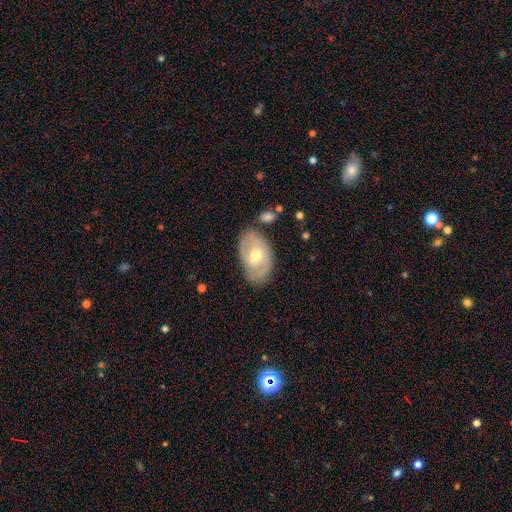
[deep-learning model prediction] This is likely a featured or disk galaxy (62%). It is clearly not viewed edge-on (92%). Bar: possibly no (45%). Spiral arm pattern: likely yes (63%). Central bulge: likely moderate (70%). Merging: likely none (73%).